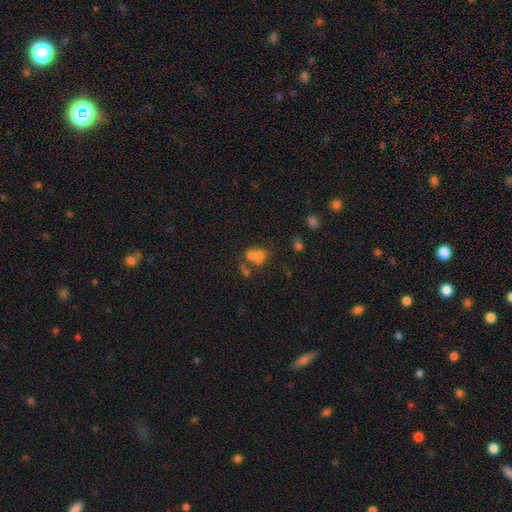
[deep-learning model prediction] Q: Smooth or featured?
A: smooth (60%); runner-up: featured or disk (22%)
Q: How rounded?
A: round (53%); runner-up: in between (46%)
Q: Merging?
A: merger (57%); runner-up: none (26%)